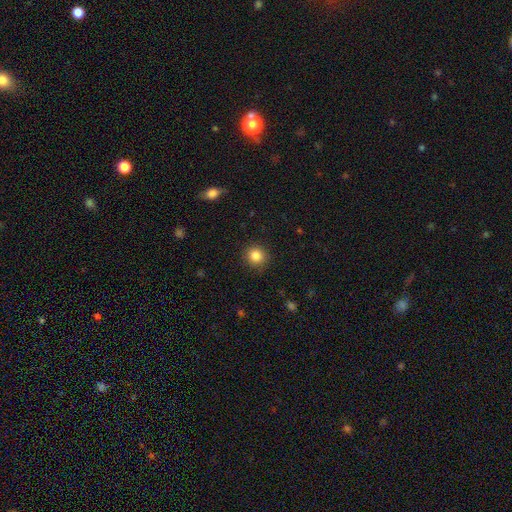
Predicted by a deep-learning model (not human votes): Smooth or featured? Predicted: smooth (p=0.85). How rounded? Predicted: round (p=0.92). Merging? Predicted: none (p=0.90).